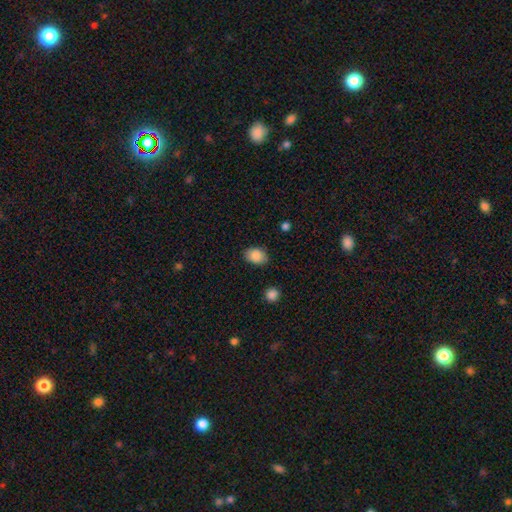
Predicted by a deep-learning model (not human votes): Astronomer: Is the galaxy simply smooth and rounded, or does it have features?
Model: smooth — 88%.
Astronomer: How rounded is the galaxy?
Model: in between — 74%.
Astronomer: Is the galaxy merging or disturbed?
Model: none — 84%.